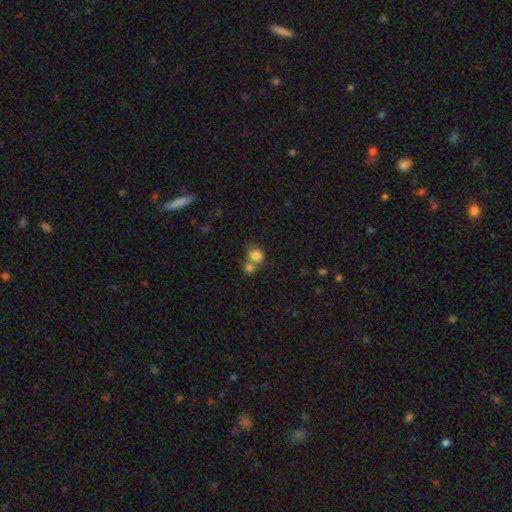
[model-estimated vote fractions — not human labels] A smooth galaxy with no disk features (81%) that is round (73%).

Vote fractions:
- Smooth or featured? smooth: 81% / star or artifact: 10% / featured or disk: 9%
- How rounded? round: 73% / in between: 26% / cigar-shaped: 1%
- Merging? merger: 53% / none: 34% / minor disturbance: 8% / major disturbance: 4%